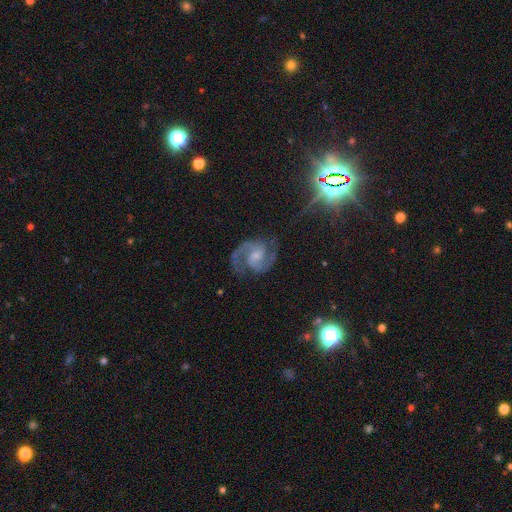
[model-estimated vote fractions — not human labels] A featured or disk galaxy (90%) with a weak bar (49%), 2 (93%) medium (64%) spiral arms (98%) and a small central bulge (46%).

Vote fractions:
- Smooth or featured? featured or disk: 90% / star or artifact: 5% / smooth: 4%
- Edge-on disk? no: 98% / yes: 2%
- Bar? weak: 49% / no: 39% / strong: 12%
- Spiral arms? yes: 98% / no: 2%
- Spiral winding? medium: 64% / tight: 19% / loose: 17%
- Spiral arm count? 2: 93% / can't tell: 2% / 3: 2% / 1: 1% / 4: 1% / more than 4: 1%
- Bulge size? small: 46% / moderate: 36% / none: 12% / large: 4% / dominant: 1%
- Merging? none: 75% / minor disturbance: 15% / major disturbance: 8% / merger: 2%